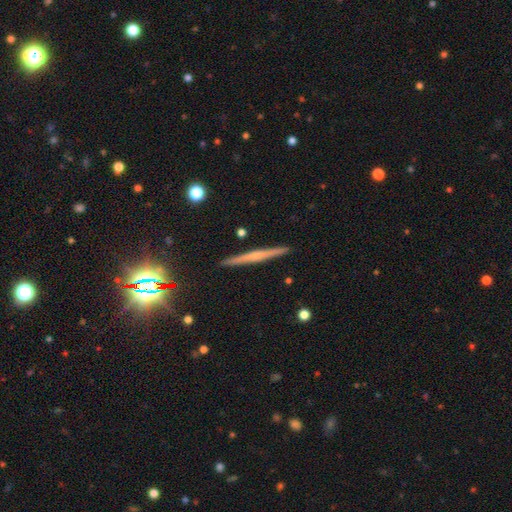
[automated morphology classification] Smooth or featured? Predicted: featured or disk (p=0.56). Edge-on disk? Predicted: yes (p=0.97). Edge-on bulge? Predicted: none (p=0.57). Merging? Predicted: none (p=0.91).